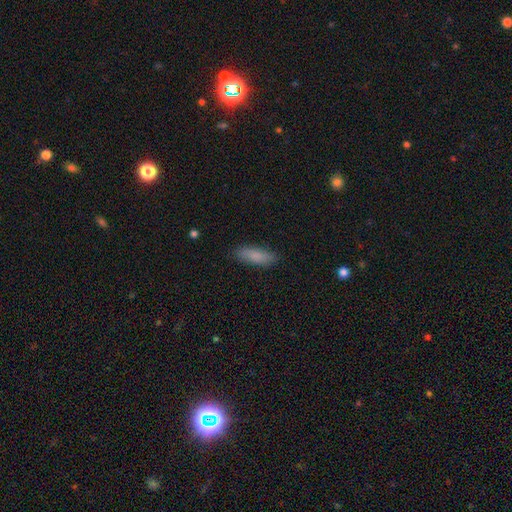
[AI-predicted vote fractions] Overall: smooth (84%). How rounded: in between (52%; cigar-shaped 46%). Merging: none (87%).